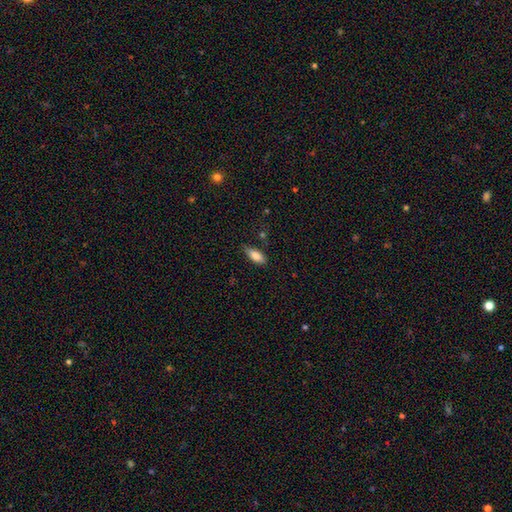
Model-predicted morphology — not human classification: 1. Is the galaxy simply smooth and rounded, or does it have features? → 79% smooth, 14% featured or disk, 7% star or artifact.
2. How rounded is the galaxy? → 79% in between, 19% cigar-shaped, 2% round.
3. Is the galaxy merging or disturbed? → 76% none, 18% minor disturbance, 3% major disturbance, 3% merger.